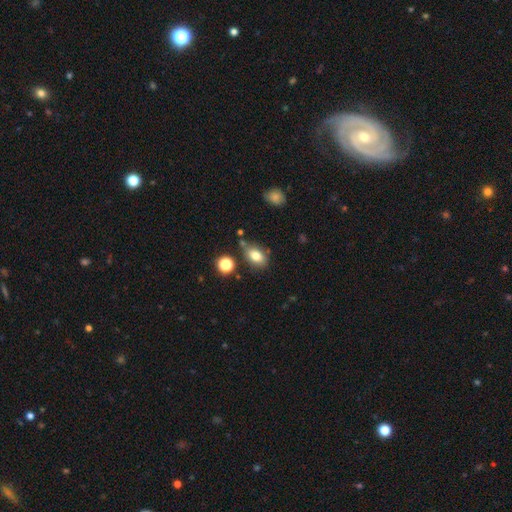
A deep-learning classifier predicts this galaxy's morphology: Smooth or featured? smooth (78%)
How rounded? in between (83%)
Merging? none (66%)